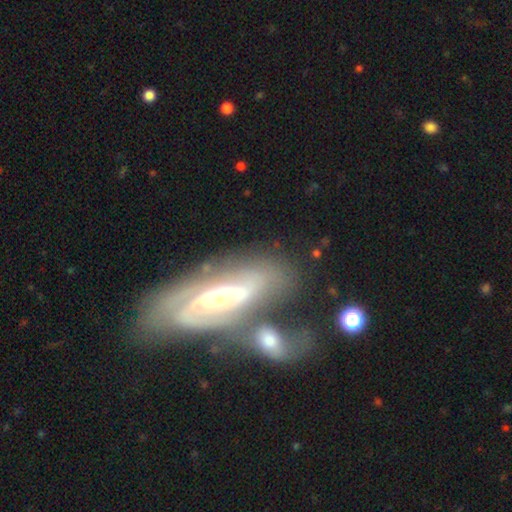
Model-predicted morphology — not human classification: Smooth or featured?
  - featured or disk: 81% *
  - smooth: 12%
  - star or artifact: 6%
Edge-on disk?
  - no: 85% *
  - yes: 15%
Bar?
  - no: 37% *
  - weak: 35%
  - strong: 28%
Spiral arms?
  - yes: 86% *
  - no: 14%
Spiral winding?
  - tight: 58% *
  - medium: 32%
  - loose: 11%
Spiral arm count?
  - 2: 50% *
  - can't tell: 34%
  - 3: 7%
  - 1: 4%
  - 4: 3%
  - more than 4: 3%
Bulge size?
  - moderate: 48% *
  - small: 46%
  - large: 4%
  - none: 1%
  - dominant: 1%
Merging?
  - none: 49% *
  - merger: 27%
  - minor disturbance: 15%
  - major disturbance: 8%